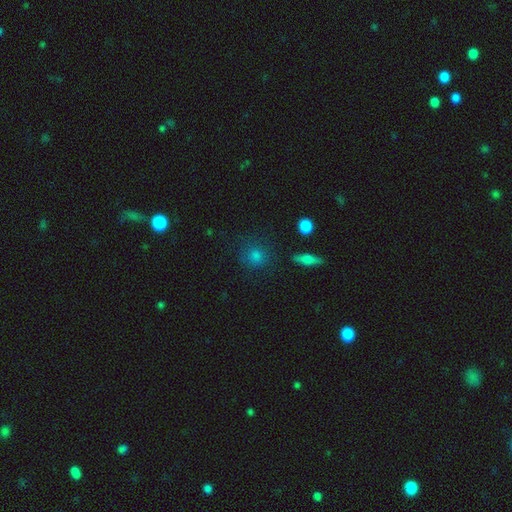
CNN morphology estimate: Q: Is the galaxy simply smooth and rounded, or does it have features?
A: smooth — 70%.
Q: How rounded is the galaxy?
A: round — 86%.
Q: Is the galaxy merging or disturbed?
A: none — 80%.